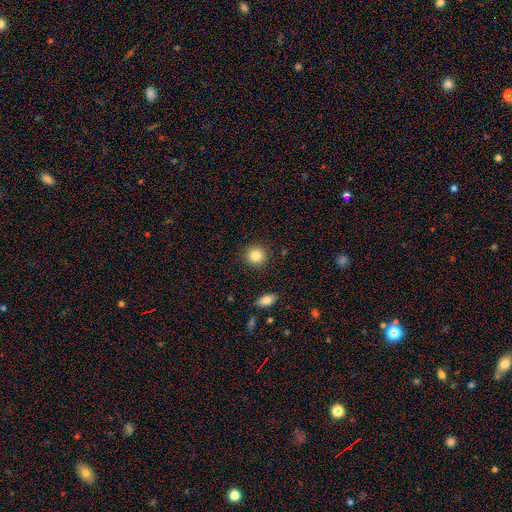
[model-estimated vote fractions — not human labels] Smooth or featured? Predicted: smooth (p=0.85). How rounded? Predicted: round (p=0.90). Merging? Predicted: none (p=0.90).